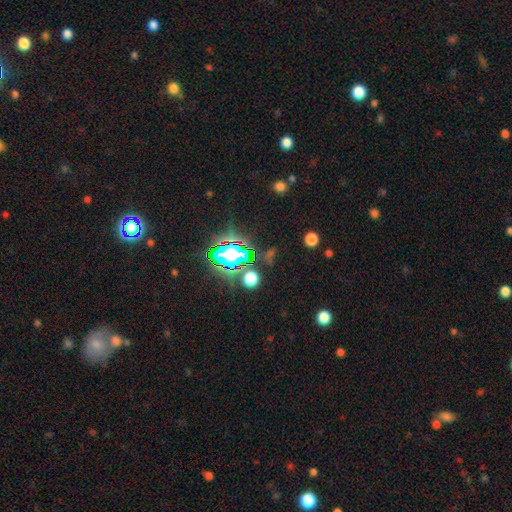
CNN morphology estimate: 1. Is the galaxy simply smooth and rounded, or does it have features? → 79% star or artifact, 12% smooth, 8% featured or disk.